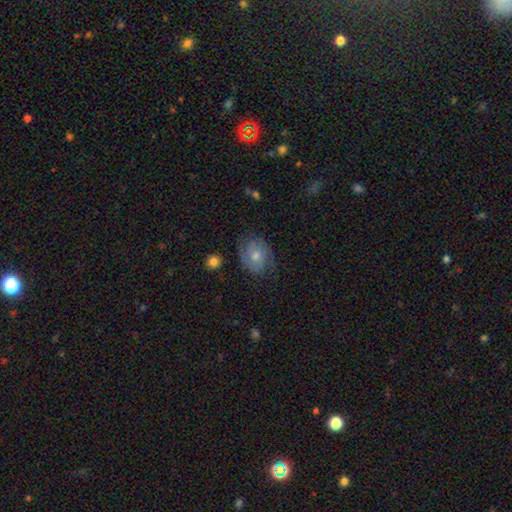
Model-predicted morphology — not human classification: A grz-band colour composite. It shows a featured or disk galaxy (72%) with no bar (71%), 2 (60%) tight (54%) spiral arms (93%) and a moderate central bulge (55%). Merging: none (77%).